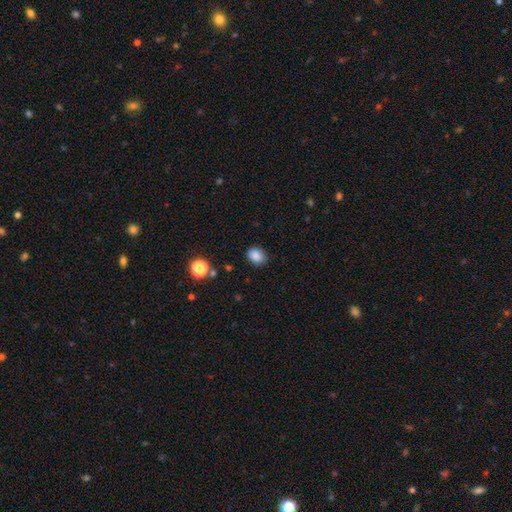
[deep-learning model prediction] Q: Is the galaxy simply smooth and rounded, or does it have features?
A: smooth — 85%.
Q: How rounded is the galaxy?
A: in between — 52%.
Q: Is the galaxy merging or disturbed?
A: none — 82%.